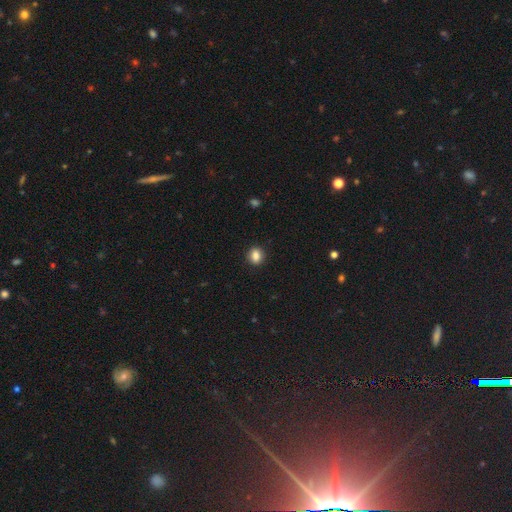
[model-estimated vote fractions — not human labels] Smooth or featured? smooth (85%)
How rounded? round (61%)
Merging? none (91%)